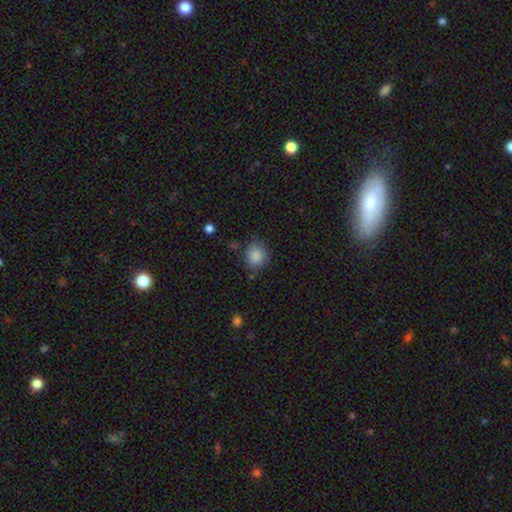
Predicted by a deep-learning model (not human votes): Smooth or featured? Predicted: smooth (p=0.87). How rounded? Predicted: round (p=0.71). Merging? Predicted: none (p=0.76).